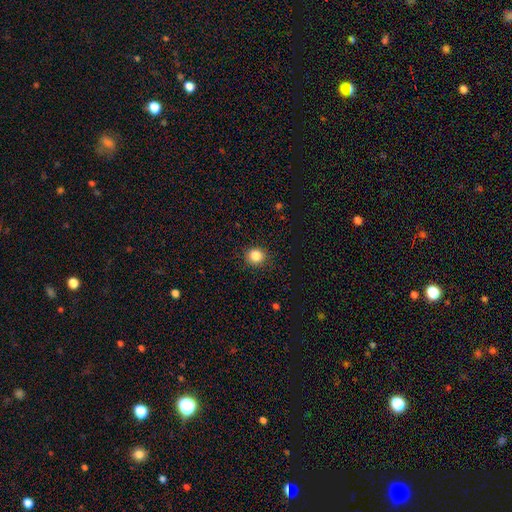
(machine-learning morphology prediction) This appears to be a smooth galaxy with no disk features (85%) that is round (87%). Merging: none (89%).